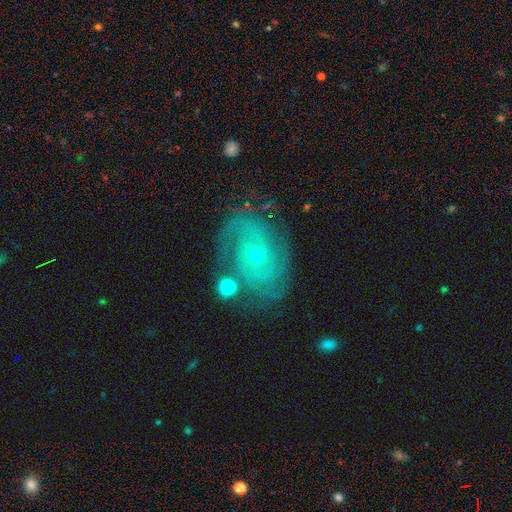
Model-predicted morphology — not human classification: A featured or disk galaxy (85%) with no bar (75%), 2 (38%) tight (65%) spiral arms (95%) and a small central bulge (82%). Merging: none (75%).